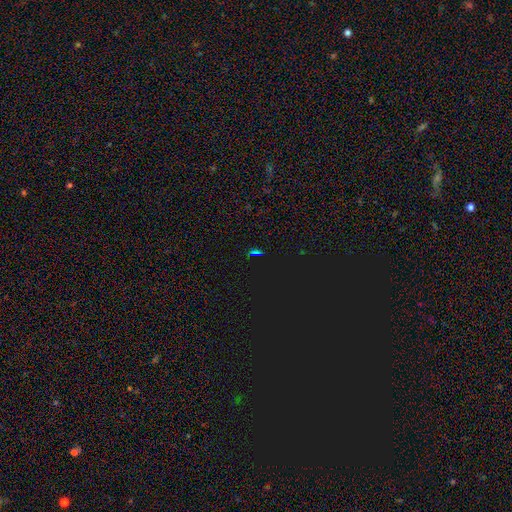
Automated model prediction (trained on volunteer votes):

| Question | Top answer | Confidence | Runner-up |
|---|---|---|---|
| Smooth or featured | star or artifact | 64% | smooth (27%) |